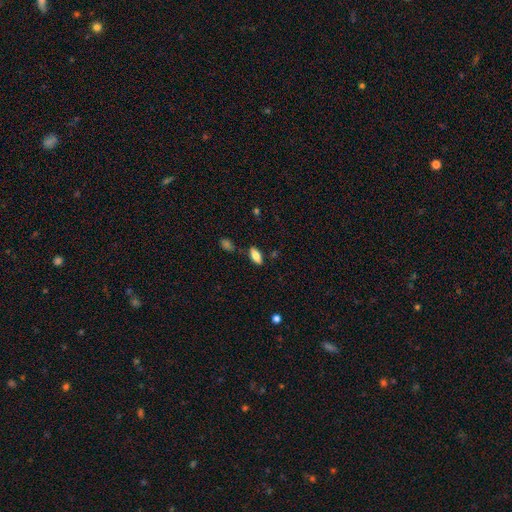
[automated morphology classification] smooth 77%, featured or disk 16%, star or artifact 8%. Down the decision tree: how rounded — in between (83%); merging — none (81%).